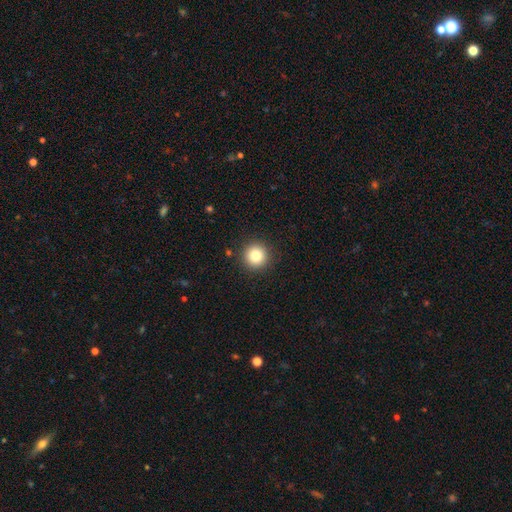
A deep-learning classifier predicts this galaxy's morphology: This appears to be a smooth galaxy with no disk features (82%) that is round (95%). Merging: none (91%).